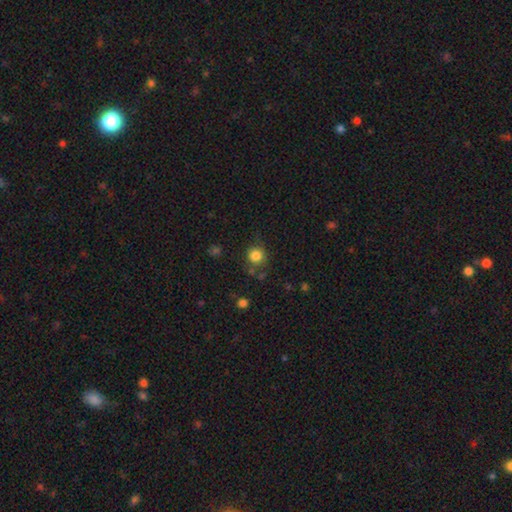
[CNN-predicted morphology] Smooth or featured? Predicted: smooth (p=0.83). How rounded? Predicted: round (p=0.91). Merging? Predicted: none (p=0.75).